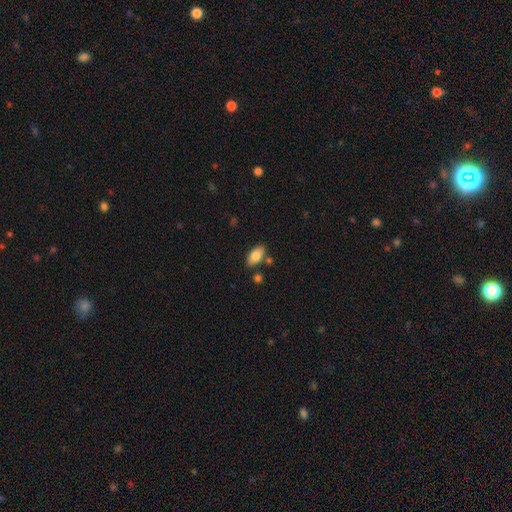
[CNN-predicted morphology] This is clearly a smooth galaxy (81%). How rounded: clearly in between (92%). Merging: likely none (79%).